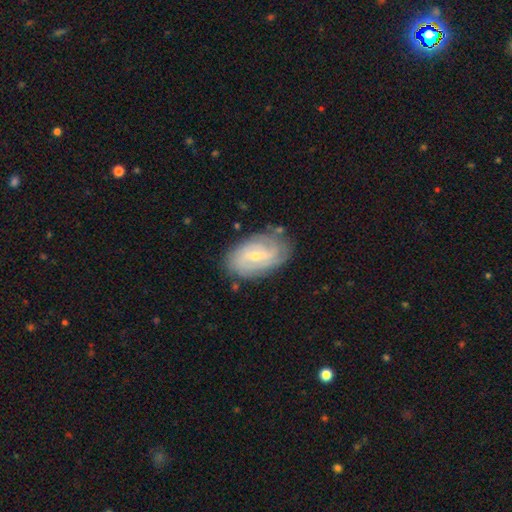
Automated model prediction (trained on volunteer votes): Smooth or featured? Predicted: featured or disk (p=0.77). Edge-on disk? Predicted: no (p=0.96). Bar? Predicted: weak (p=0.49). Spiral arms? Predicted: yes (p=0.91). Spiral winding? Predicted: tight (p=0.60). Spiral arm count? Predicted: can't tell (p=0.38). Bulge size? Predicted: small (p=0.71). Merging? Predicted: none (p=0.76).